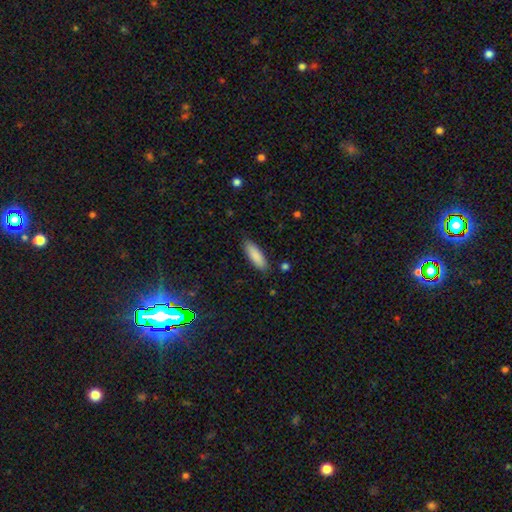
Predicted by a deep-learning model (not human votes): smooth_or_featured: smooth (p=0.87) [alt: featured or disk p=0.07]
how_rounded: in between (p=0.55) [alt: cigar-shaped p=0.44]
merging: none (p=0.87) [alt: minor disturbance p=0.10]